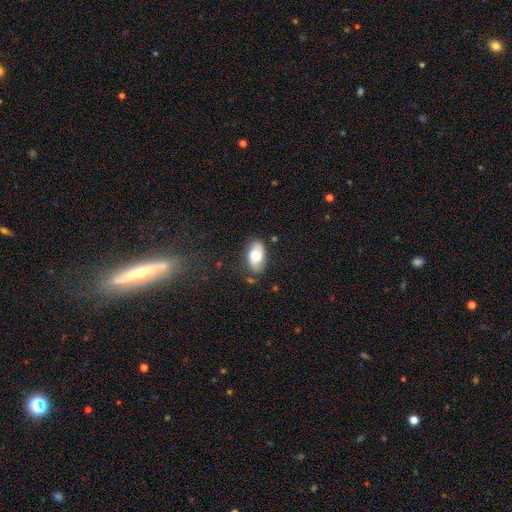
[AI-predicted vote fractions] Smooth or featured? smooth (66%)
How rounded? in between (93%)
Merging? none (72%)